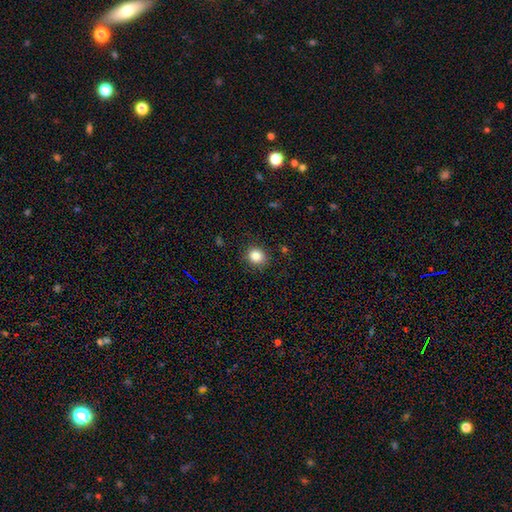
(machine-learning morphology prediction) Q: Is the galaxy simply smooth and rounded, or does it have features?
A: smooth — 84%.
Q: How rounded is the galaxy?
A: round — 81%.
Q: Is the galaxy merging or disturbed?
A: none — 87%.